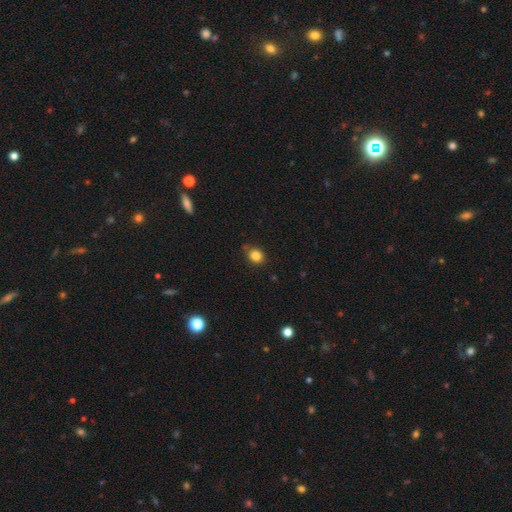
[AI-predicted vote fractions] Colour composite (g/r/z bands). It shows a smooth galaxy with no disk features (84%) that is round (71%). Merging: none (78%).